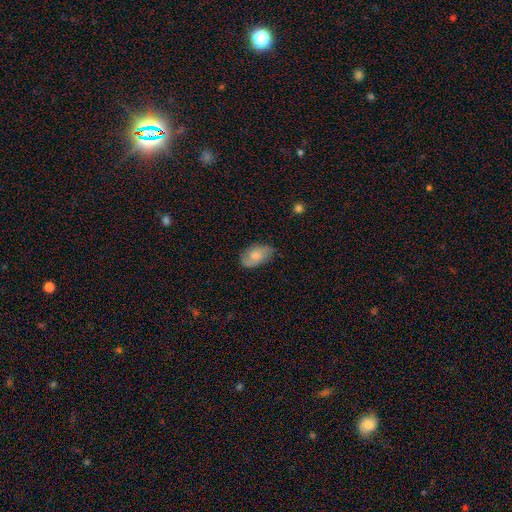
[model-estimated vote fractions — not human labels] Smooth or featured? smooth (61%)
How rounded? in between (91%)
Merging? none (65%)